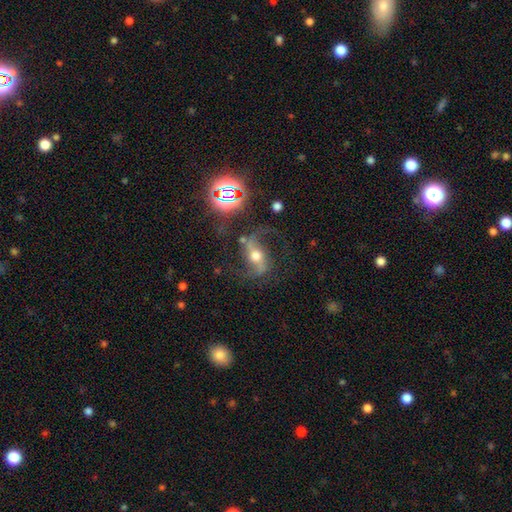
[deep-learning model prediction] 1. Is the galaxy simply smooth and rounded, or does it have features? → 76% featured or disk, 16% star or artifact, 8% smooth.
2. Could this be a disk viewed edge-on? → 94% no, 6% yes.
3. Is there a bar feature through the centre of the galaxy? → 42% strong, 30% weak, 28% no.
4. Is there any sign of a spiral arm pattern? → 94% yes, 6% no.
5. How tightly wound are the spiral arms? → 56% loose, 35% medium, 9% tight.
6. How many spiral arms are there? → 91% 2, 3% can't tell, 3% 1, 1% 3, 1% 4, 1% more than 4.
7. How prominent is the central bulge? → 67% moderate, 18% small, 11% large, 2% dominant, 2% none.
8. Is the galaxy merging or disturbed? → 72% none, 14% minor disturbance, 11% major disturbance, 3% merger.